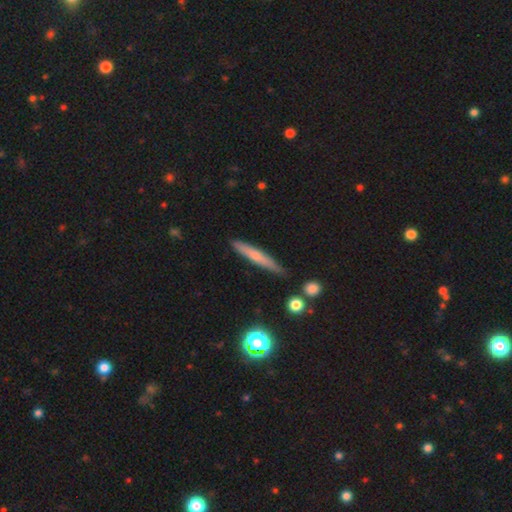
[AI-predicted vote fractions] A smooth galaxy with no disk features (56%) that is cigar-shaped (93%). Merging: none (84%).